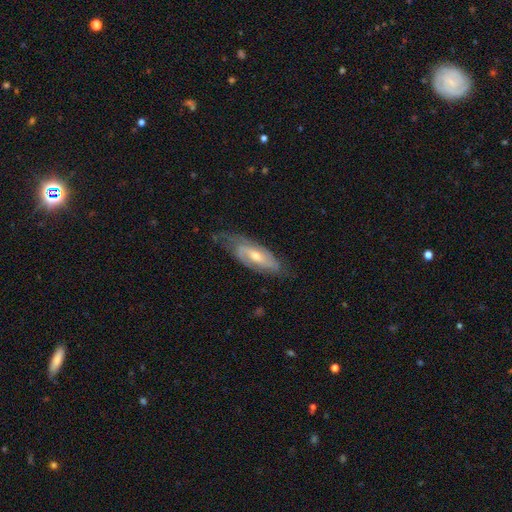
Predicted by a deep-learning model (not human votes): Smooth or featured: featured or disk — 75% (smooth — 20%)
Edge-on disk: no — 85% (yes — 15%)
Bar: no — 46% (weak — 40%)
Spiral arms: yes — 90% (no — 10%)
Spiral winding: tight — 41% (tied with medium — 41%)
Spiral arm count: 2 — 65% (can't tell — 21%)
Bulge size: moderate — 53% (small — 42%)
Merging: none — 64% (minor disturbance — 26%)